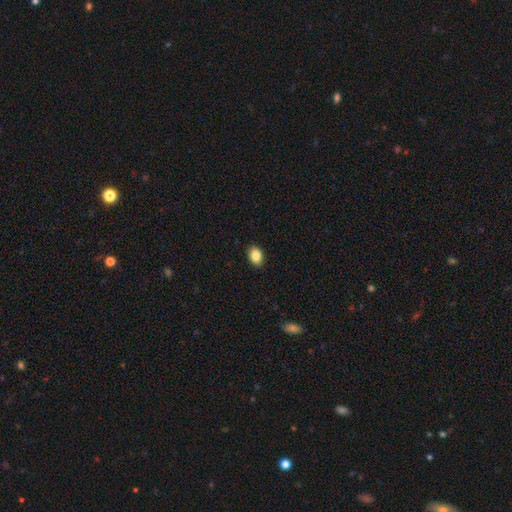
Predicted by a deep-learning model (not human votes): smooth_or_featured: smooth (p=0.88) [alt: star or artifact p=0.08]
how_rounded: in between (p=0.76) [alt: round p=0.23]
merging: none (p=0.90) [alt: minor disturbance p=0.08]